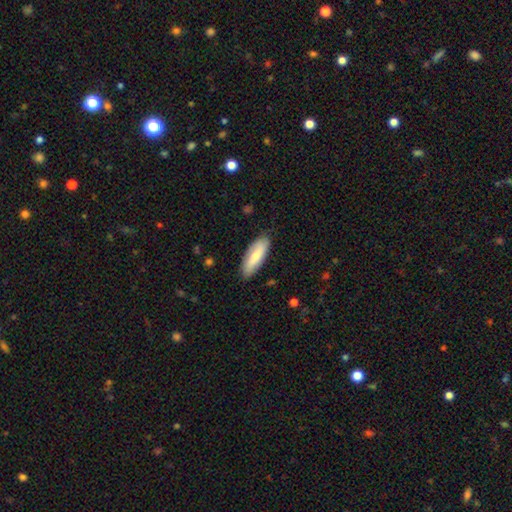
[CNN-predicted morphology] Overall: smooth (74%). How rounded: in between (62%; cigar-shaped 36%). Merging: none (83%).